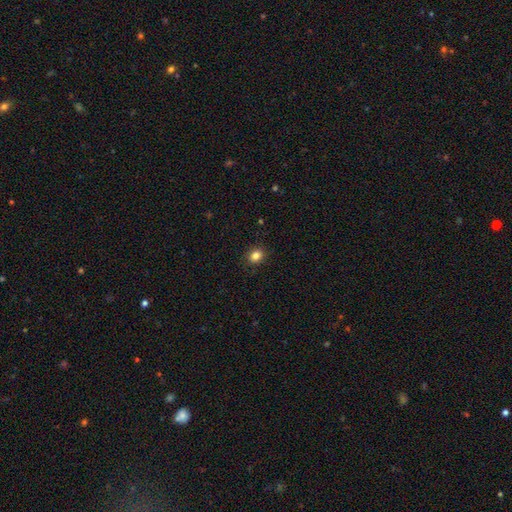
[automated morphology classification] type=smooth (84%); roundness=round (54%); merging=none (88%).